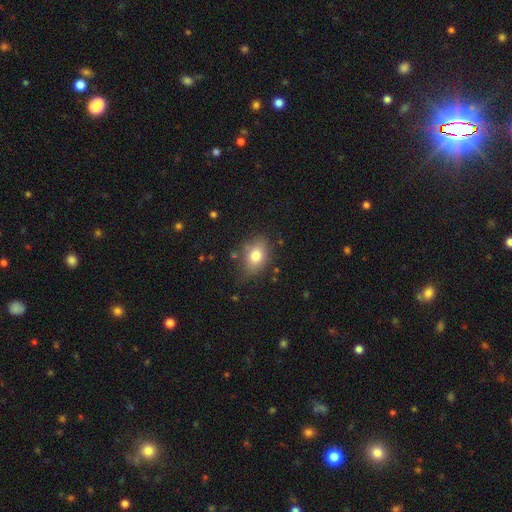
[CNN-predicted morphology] smooth-or-featured: smooth: 79% | featured or disk: 12% | star or artifact: 9%
  how-rounded: in between: 77% | round: 21% | cigar-shaped: 2%
  merging: none: 76% | minor disturbance: 18% | major disturbance: 4% | merger: 2%